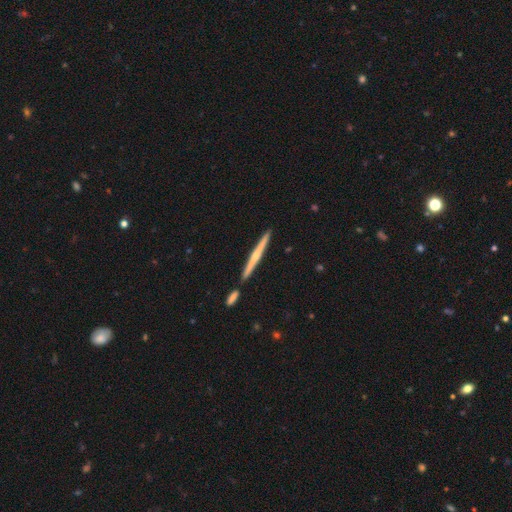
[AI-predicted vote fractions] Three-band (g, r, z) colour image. It shows a featured or disk galaxy (61%) viewed edge-on (98%) with a rounded central bulge (60%). Merging: none (87%).